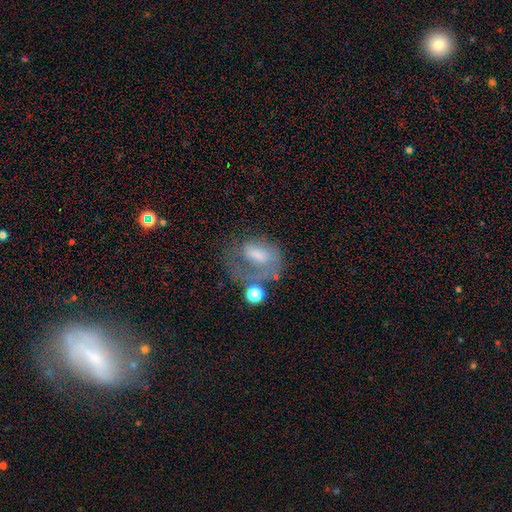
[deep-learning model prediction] Smooth or featured? featured or disk (55%)
Edge-on disk? no (96%)
Bar? no (43%)
Spiral arms? yes (67%)
Bulge size? moderate (37%)
Merging? major disturbance (36%)